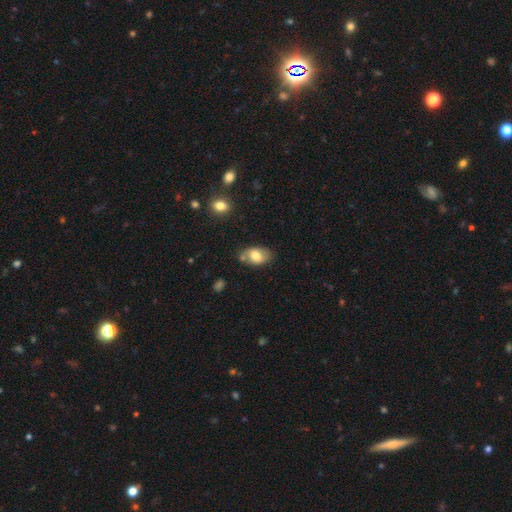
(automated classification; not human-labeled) This appears to be a smooth galaxy with no disk features (74%) that is in between round and cigar-shaped (88%). Merging: none (66%).